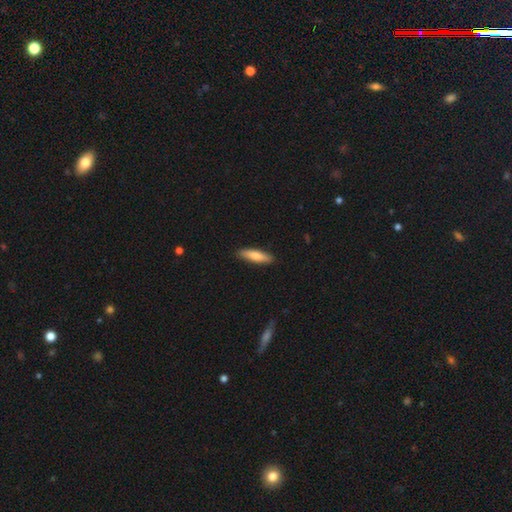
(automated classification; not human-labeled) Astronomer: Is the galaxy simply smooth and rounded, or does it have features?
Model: smooth — 77%.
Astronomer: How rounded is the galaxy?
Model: cigar-shaped — 66%.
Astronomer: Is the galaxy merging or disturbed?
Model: none — 89%.